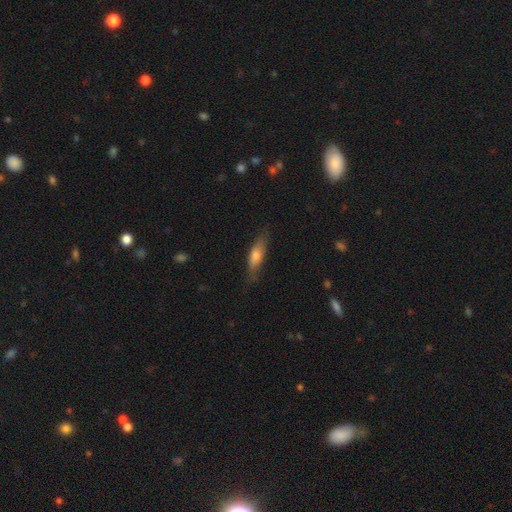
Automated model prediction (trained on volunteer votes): A smooth galaxy with no disk features (60%) that is cigar-shaped (62%). Merging: none (76%).